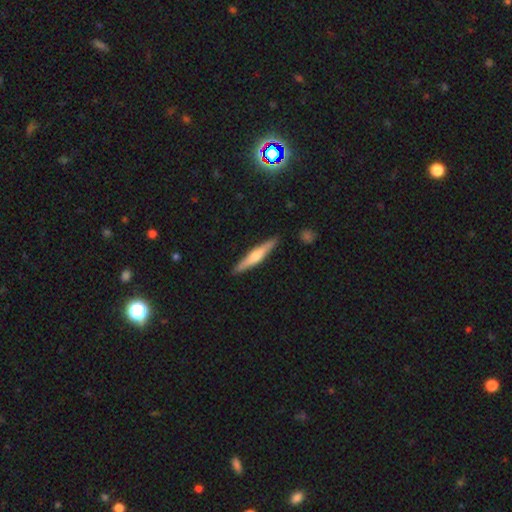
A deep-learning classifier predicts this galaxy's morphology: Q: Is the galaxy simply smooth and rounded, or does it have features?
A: featured or disk — 59%.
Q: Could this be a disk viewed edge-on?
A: yes — 97%.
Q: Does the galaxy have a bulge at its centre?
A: rounded — 85%.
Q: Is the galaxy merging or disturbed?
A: none — 91%.